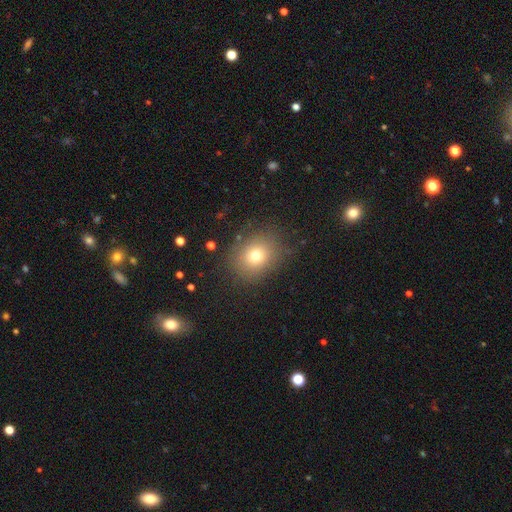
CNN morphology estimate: Smooth or featured?
  - smooth: 73% *
  - star or artifact: 15%
  - featured or disk: 12%
How rounded?
  - round: 65% *
  - in between: 34%
  - cigar-shaped: 1%
Merging?
  - none: 82% *
  - minor disturbance: 11%
  - major disturbance: 5%
  - merger: 2%